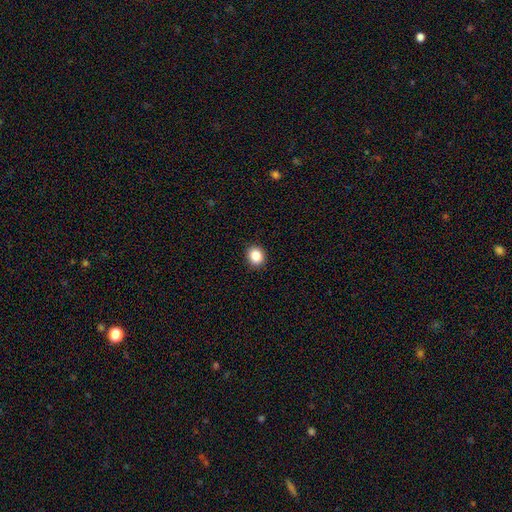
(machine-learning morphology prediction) This appears to be a smooth galaxy with no disk features (87%) that is round (71%). Merging: none (92%).